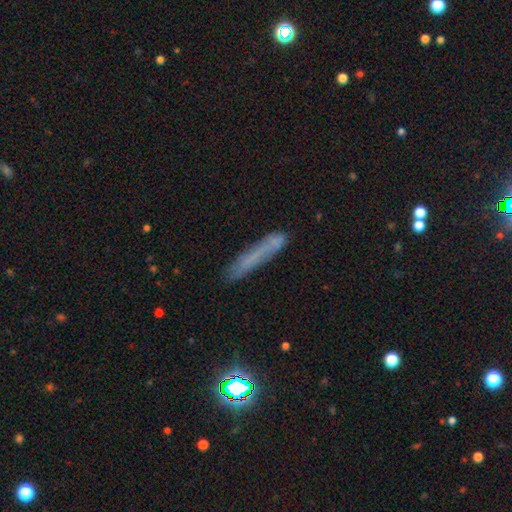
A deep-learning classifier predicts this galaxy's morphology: type=smooth (60%); roundness=cigar-shaped (93%); merging=none (72%).